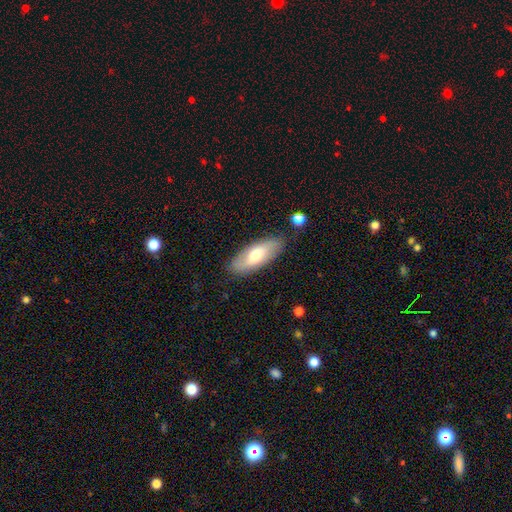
Smooth or featured: smooth — 51% (featured or disk — 44%)
How rounded: in between — 75% (cigar-shaped — 25%)
Merging: none — 89% (minor disturbance — 8%)